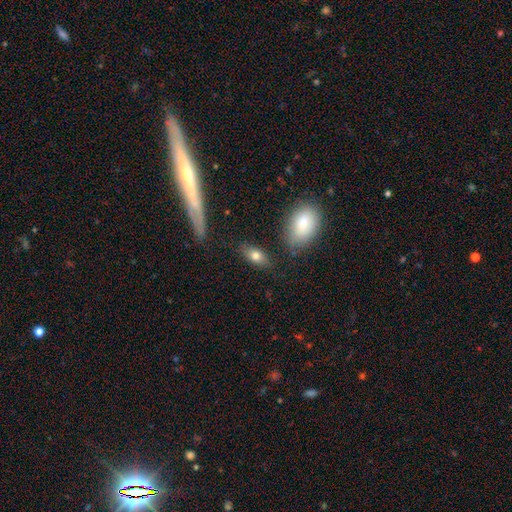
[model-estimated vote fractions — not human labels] smooth-or-featured: smooth: 76% | featured or disk: 16% | star or artifact: 8%
  how-rounded: in between: 86% | cigar-shaped: 7% | round: 7%
  merging: none: 79% | minor disturbance: 13% | merger: 4% | major disturbance: 4%